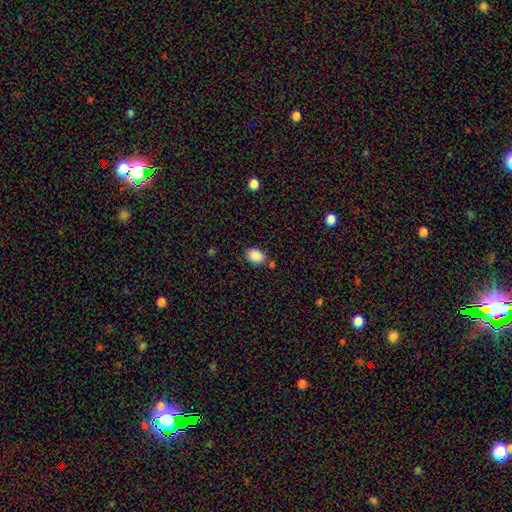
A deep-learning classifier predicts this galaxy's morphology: smooth-or-featured: smooth: 89% | star or artifact: 8% | featured or disk: 3%
  how-rounded: in between: 71% | round: 28% | cigar-shaped: 1%
  merging: none: 76% | minor disturbance: 15% | merger: 6% | major disturbance: 4%